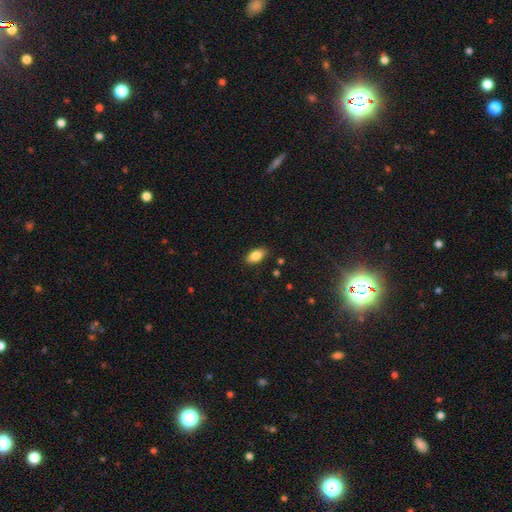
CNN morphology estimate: type=smooth (84%); roundness=in between (92%); merging=none (88%).